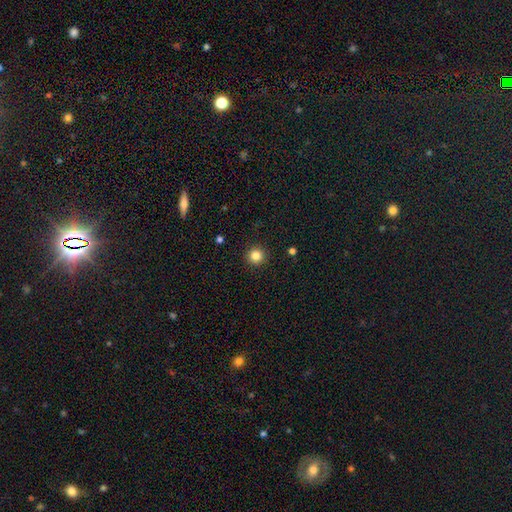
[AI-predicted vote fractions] Q: Smooth or featured?
A: smooth (84%); runner-up: star or artifact (12%)
Q: How rounded?
A: round (95%); runner-up: in between (4%)
Q: Merging?
A: none (92%); runner-up: minor disturbance (5%)